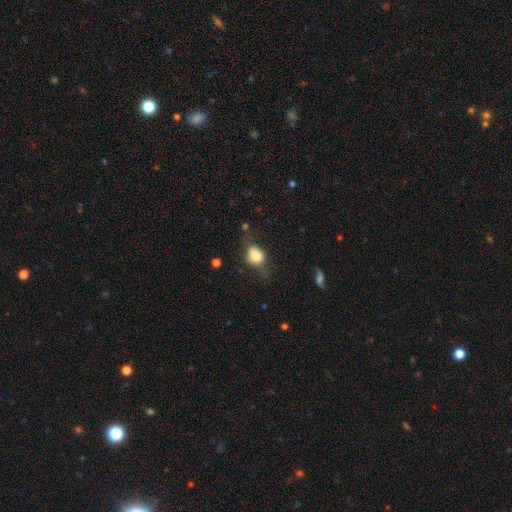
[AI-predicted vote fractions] smooth 76%, featured or disk 15%, star or artifact 9%. Down the decision tree: how rounded — in between (55%); merging — none (46%).